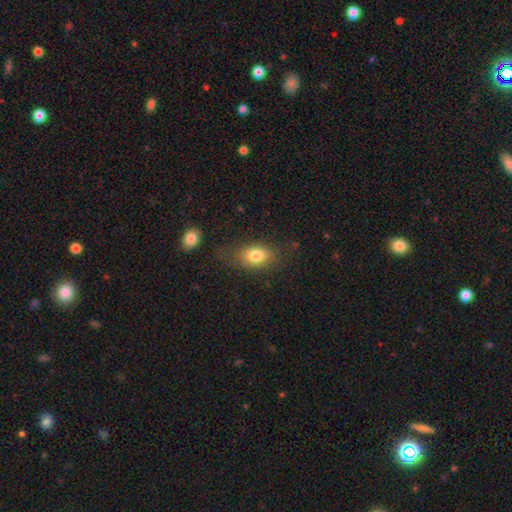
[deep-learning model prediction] Overall: smooth (79%). How rounded: in between (78%). Merging: none (65%).